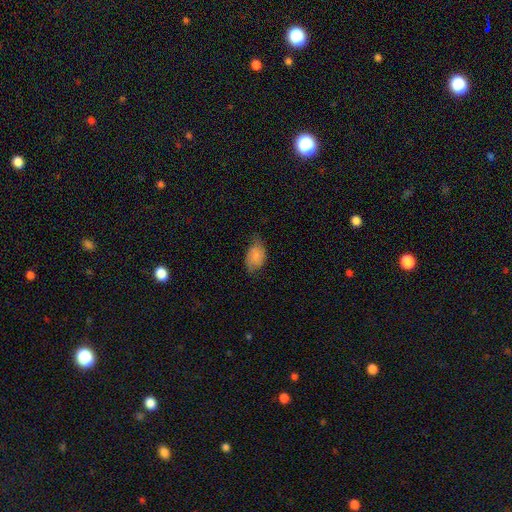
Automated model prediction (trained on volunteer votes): The model was most divided on "merging": none: 51%, minor disturbance: 36%, major disturbance: 12%, merger: 1%. More confident: how rounded — in between (86%); smooth or featured — smooth (76%).